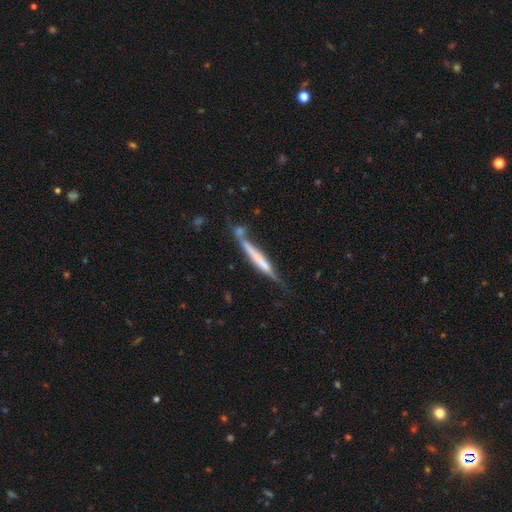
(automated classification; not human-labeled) Smooth or featured?
  - featured or disk: 56% *
  - smooth: 38%
  - star or artifact: 6%
Edge-on disk?
  - yes: 94% *
  - no: 6%
Edge-on bulge?
  - none: 63% *
  - rounded: 19%
  - boxy: 18%
Merging?
  - none: 59% *
  - minor disturbance: 22%
  - merger: 13%
  - major disturbance: 7%